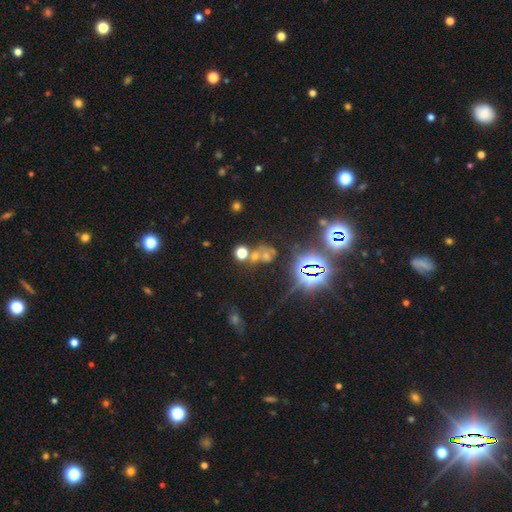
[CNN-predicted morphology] The model was most divided on "smooth or featured": star or artifact: 58%, smooth: 29%, featured or disk: 13%.